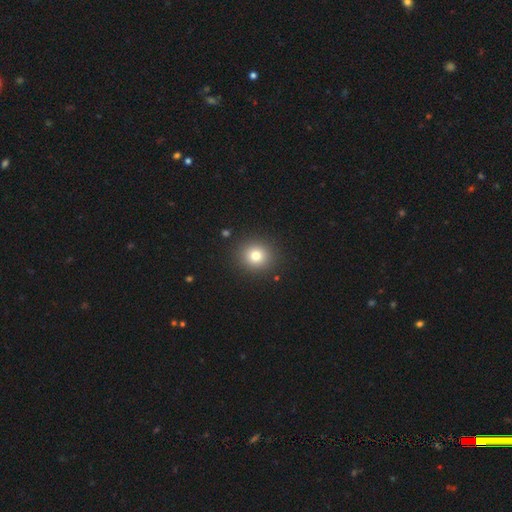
This appears to be a smooth galaxy with no disk features (85%) that is round (97%). Merging: none (83%).